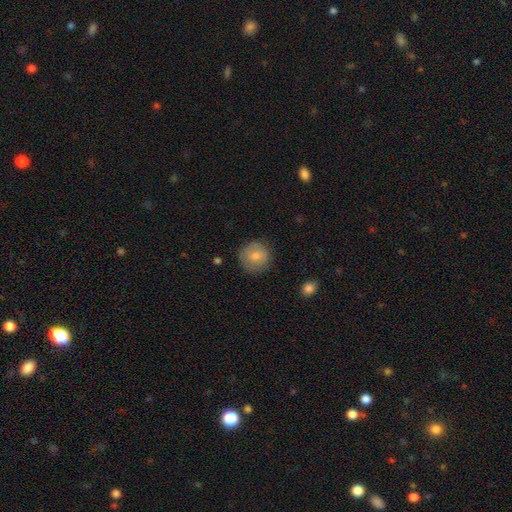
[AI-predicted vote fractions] Smooth or featured?
  - smooth: 76% *
  - featured or disk: 17%
  - star or artifact: 7%
How rounded?
  - round: 91% *
  - in between: 8%
  - cigar-shaped: 1%
Merging?
  - none: 79% *
  - minor disturbance: 16%
  - major disturbance: 4%
  - merger: 1%